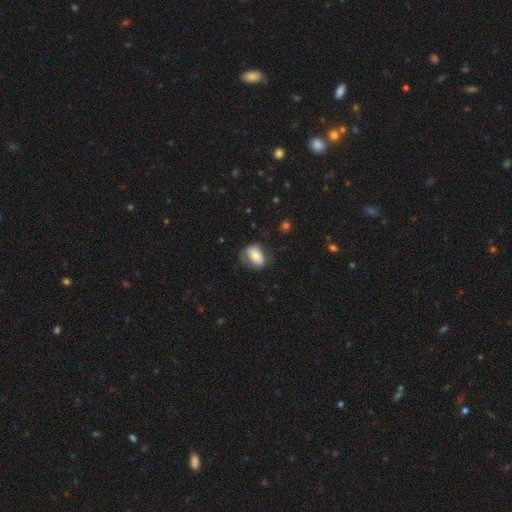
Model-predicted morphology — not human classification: smooth-or-featured: smooth: 70% | featured or disk: 22% | star or artifact: 7%
  how-rounded: in between: 83% | round: 15% | cigar-shaped: 2%
  merging: none: 59% | minor disturbance: 26% | major disturbance: 14% | merger: 2%